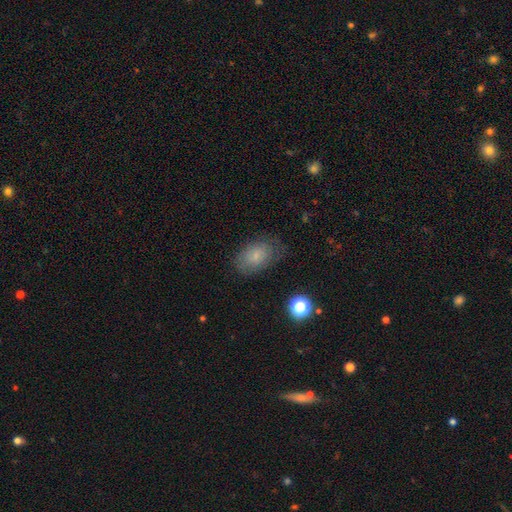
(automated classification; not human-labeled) smooth-or-featured: smooth: 76% | featured or disk: 14% | star or artifact: 11%
  how-rounded: in between: 86% | round: 12% | cigar-shaped: 1%
  merging: none: 71% | minor disturbance: 20% | major disturbance: 7% | merger: 1%